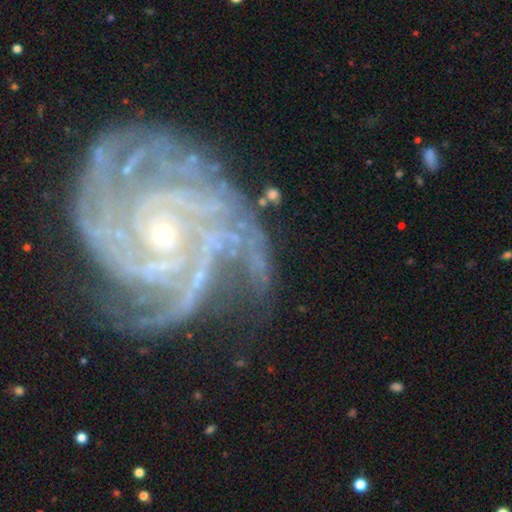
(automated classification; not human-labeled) smooth-or-featured: featured or disk: 90% | star or artifact: 7% | smooth: 3%
  disk-edge-on: no: 98% | yes: 2%
    bar: no: 71% | weak: 18% | strong: 10%
    has-spiral-arms: yes: 98% | no: 2%
      spiral-winding: tight: 71% | medium: 24% | loose: 4%
      spiral-arm-count: 4: 25% | more than 4: 21% | 3: 17% | can't tell: 15% | 2: 13% | 1: 9%
    bulge-size: small: 85% | moderate: 11% | none: 2% | large: 1% | dominant: 1%
  merging: none: 66% | minor disturbance: 19% | major disturbance: 13% | merger: 3%